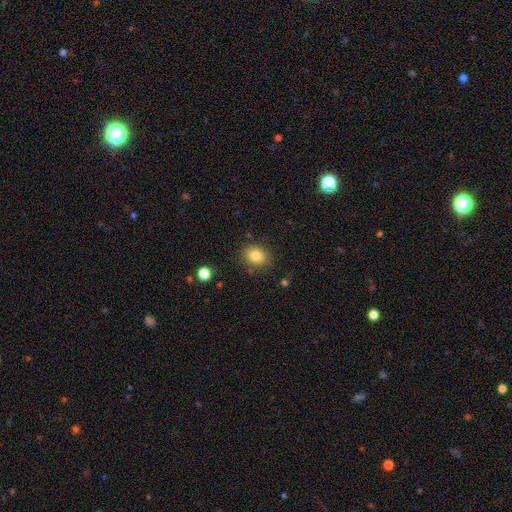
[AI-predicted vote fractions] Overall: smooth (82%). How rounded: round (59%; in between 40%). Merging: none (84%).